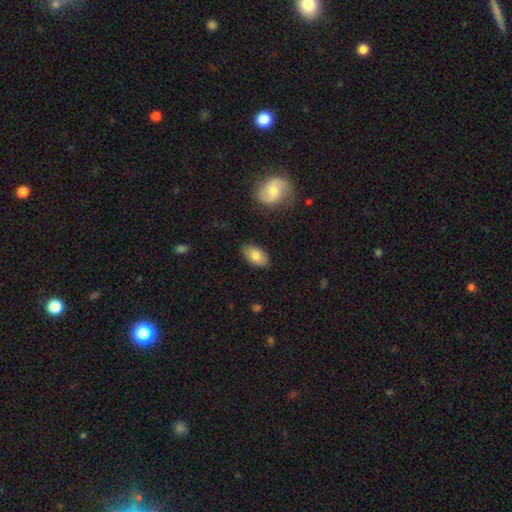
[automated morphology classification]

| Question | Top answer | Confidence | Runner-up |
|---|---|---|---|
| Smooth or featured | smooth | 81% | featured or disk (12%) |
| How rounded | in between | 94% | round (4%) |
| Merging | none | 83% | minor disturbance (12%) |